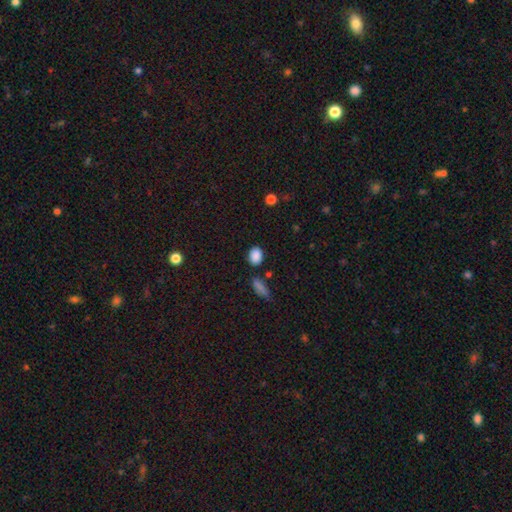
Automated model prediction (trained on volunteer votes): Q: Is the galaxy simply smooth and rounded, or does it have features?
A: smooth — 88%.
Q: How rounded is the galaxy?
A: in between — 68%.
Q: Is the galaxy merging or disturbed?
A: none — 82%.